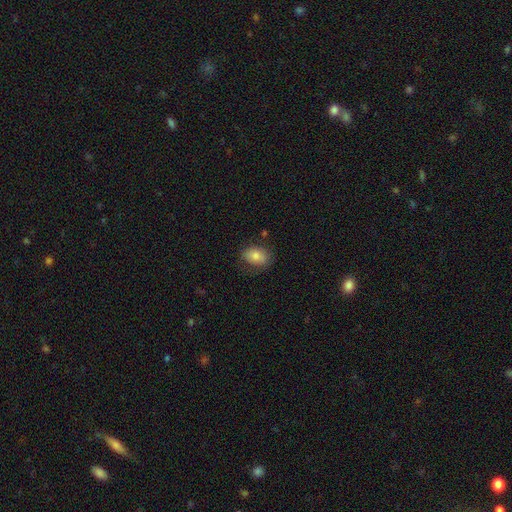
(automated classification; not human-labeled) Smooth or featured: smooth — 79% (featured or disk — 13%)
How rounded: in between — 74% (round — 25%)
Merging: none — 74% (minor disturbance — 19%)